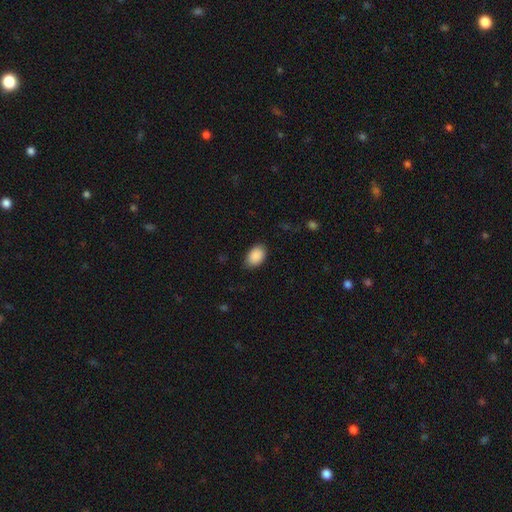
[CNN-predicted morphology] Q: Smooth or featured?
A: smooth (90%); runner-up: star or artifact (7%)
Q: How rounded?
A: in between (87%); runner-up: round (12%)
Q: Merging?
A: none (83%); runner-up: minor disturbance (13%)